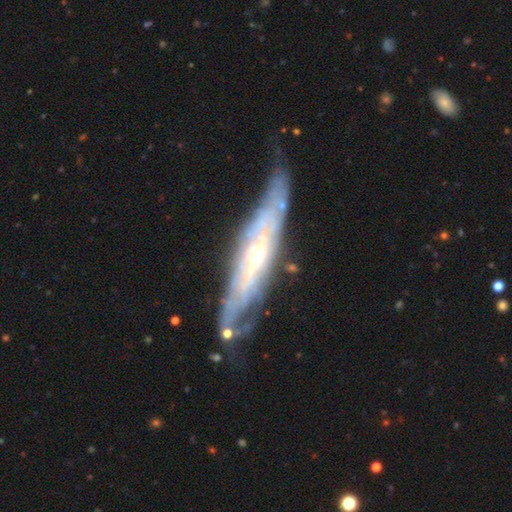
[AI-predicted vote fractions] This is clearly a featured or disk galaxy (84%). It is likely not viewed edge-on (61%). Bar: possibly no (51%). Spiral arm pattern: clearly yes (83%). Central bulge: possibly moderate (51%). Merging: likely none (68%).